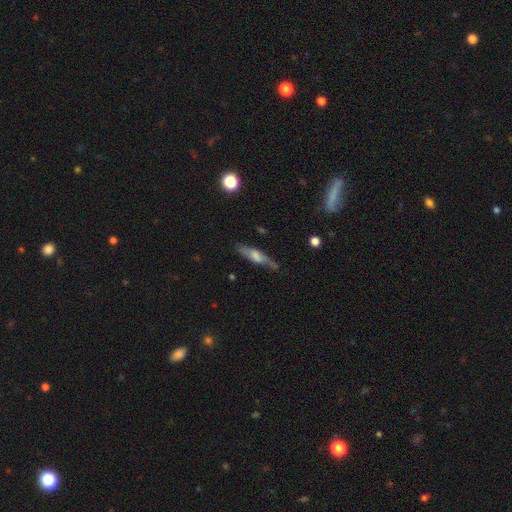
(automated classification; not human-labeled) Smooth or featured? Predicted: featured or disk (p=0.48). Merging? Predicted: none (p=0.67).